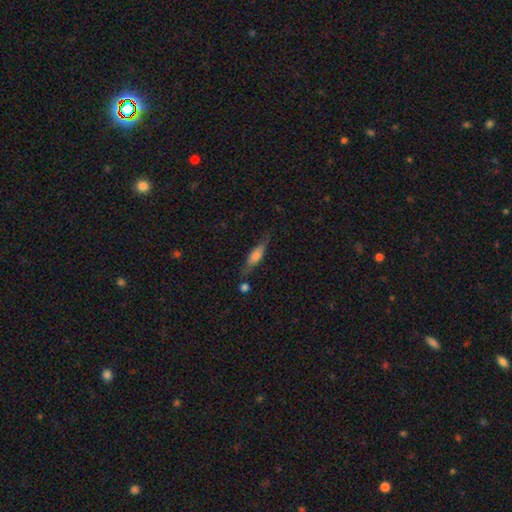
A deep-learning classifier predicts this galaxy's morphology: Smooth or featured?
  - smooth: 52% *
  - featured or disk: 40%
  - star or artifact: 8%
How rounded?
  - cigar-shaped: 59% *
  - in between: 38%
  - round: 3%
Merging?
  - none: 69% *
  - minor disturbance: 19%
  - merger: 7%
  - major disturbance: 6%